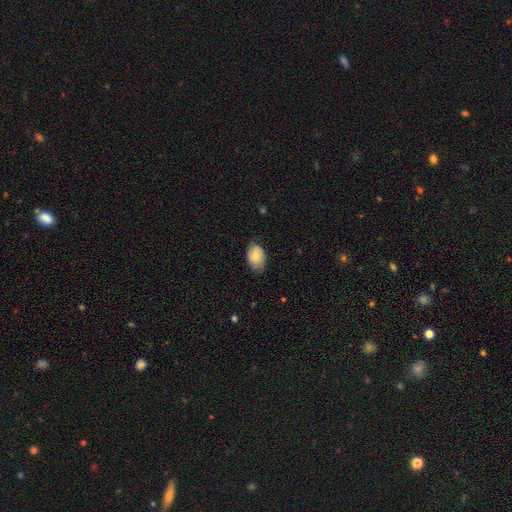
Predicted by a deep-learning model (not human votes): Overall: smooth (63%; featured or disk 30%). How rounded: in between (87%). Merging: none (71%).